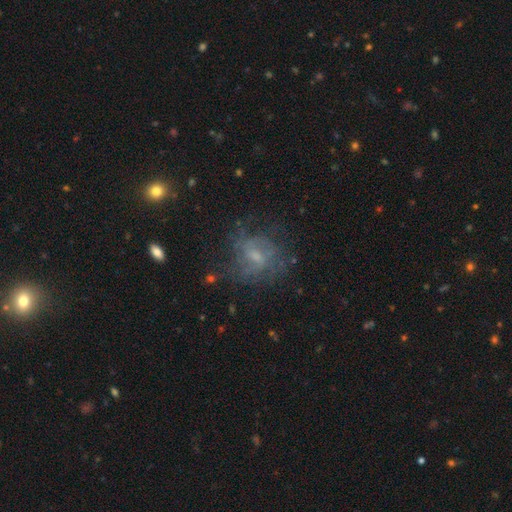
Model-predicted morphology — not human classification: type=featured or disk (61%); edge-on=no (97%); bar=weak (50%); spiral arms=yes (73%); bulge=small (51%); merging=none (60%).